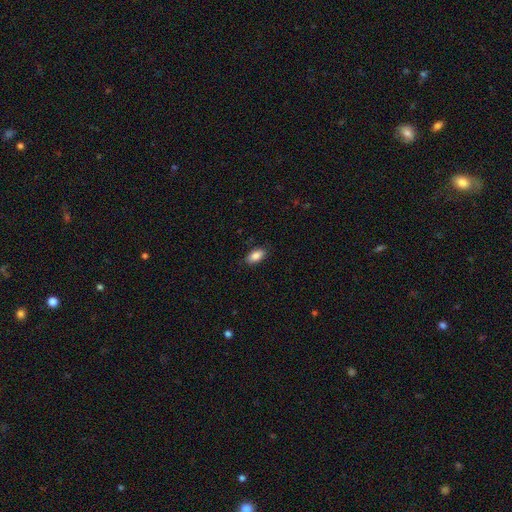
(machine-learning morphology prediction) smooth-or-featured: smooth: 87% | star or artifact: 7% | featured or disk: 6%
  how-rounded: in between: 91% | cigar-shaped: 6% | round: 3%
  merging: none: 86% | minor disturbance: 11% | major disturbance: 2% | merger: 1%